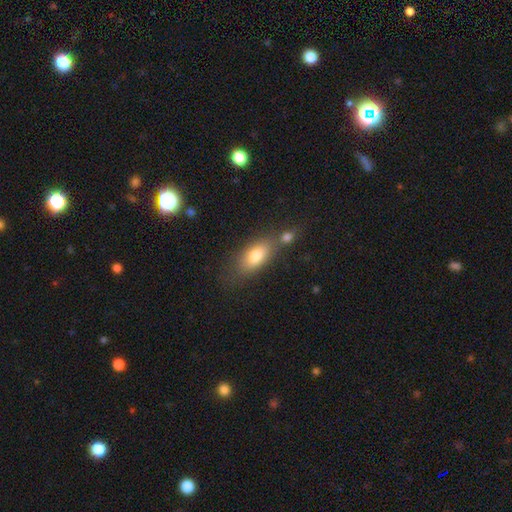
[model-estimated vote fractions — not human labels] Q: Smooth or featured?
A: smooth (77%); runner-up: featured or disk (15%)
Q: How rounded?
A: in between (83%); runner-up: cigar-shaped (11%)
Q: Merging?
A: none (52%); runner-up: merger (27%)